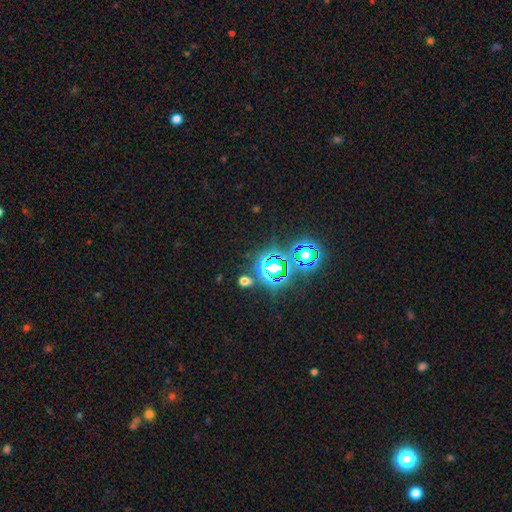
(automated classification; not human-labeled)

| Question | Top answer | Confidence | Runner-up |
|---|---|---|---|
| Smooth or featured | star or artifact | 78% | smooth (14%) |